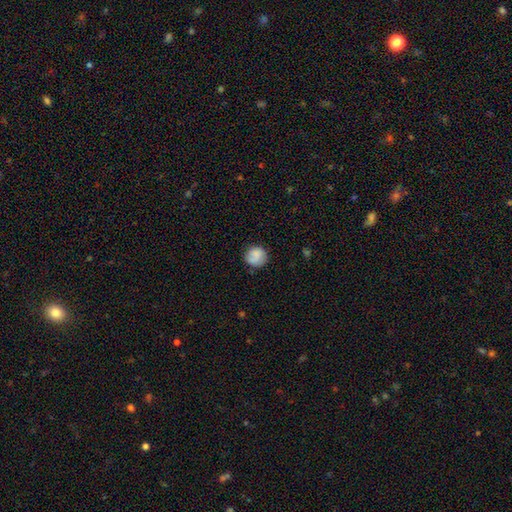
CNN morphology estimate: smooth-or-featured: smooth: 80% | featured or disk: 12% | star or artifact: 8%
  how-rounded: round: 88% | in between: 11% | cigar-shaped: 1%
  merging: none: 77% | minor disturbance: 17% | major disturbance: 5% | merger: 2%